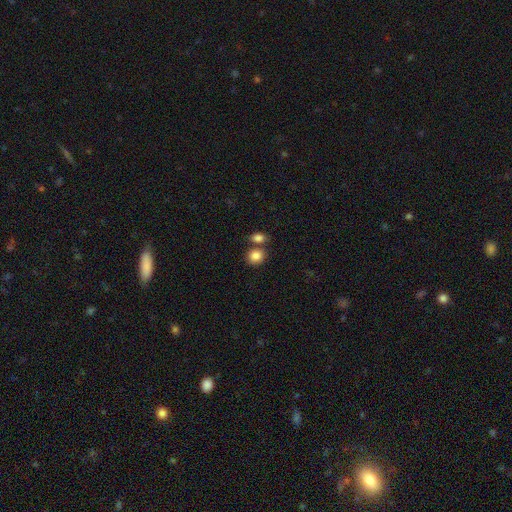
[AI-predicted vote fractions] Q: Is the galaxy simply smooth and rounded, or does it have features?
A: smooth — 85%.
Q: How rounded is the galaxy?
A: round — 73%.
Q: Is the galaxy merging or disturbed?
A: none — 61%.